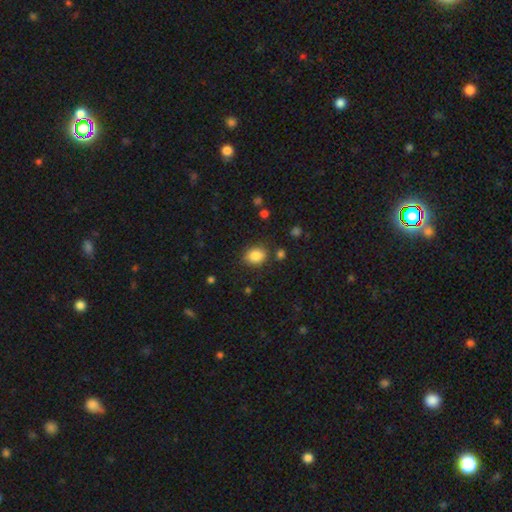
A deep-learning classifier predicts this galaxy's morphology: A smooth galaxy with no disk features (86%) that is in between round and cigar-shaped (62%). Merging: none (81%).